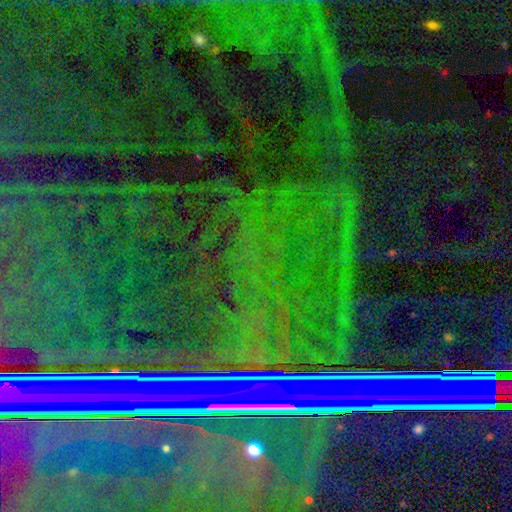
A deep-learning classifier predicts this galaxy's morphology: This appears to be a star or artifact, not a galaxy (87%).